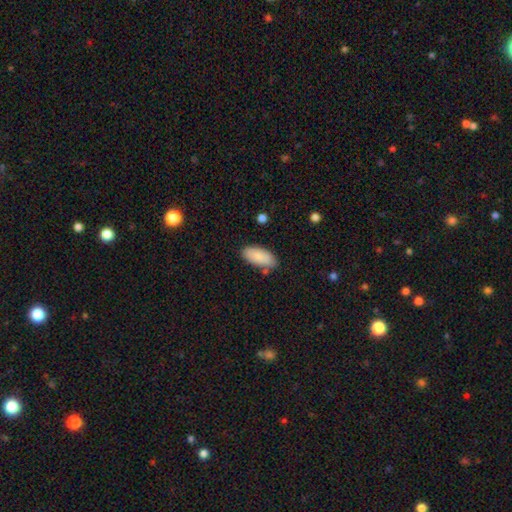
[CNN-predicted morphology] A smooth galaxy with no disk features (87%) that is in between round and cigar-shaped (87%). Merging: none (82%).